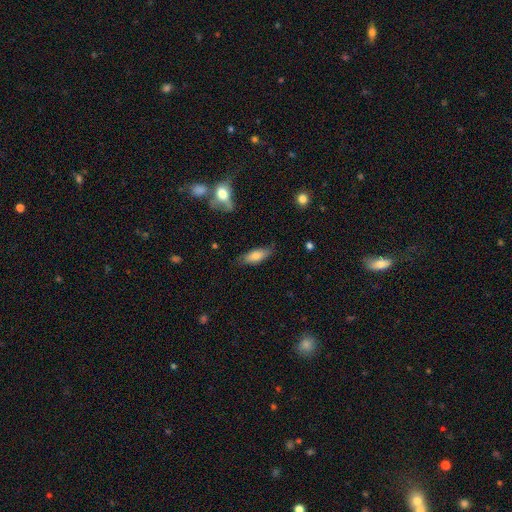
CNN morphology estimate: type=smooth (74%); roundness=in between (71%); merging=none (75%).